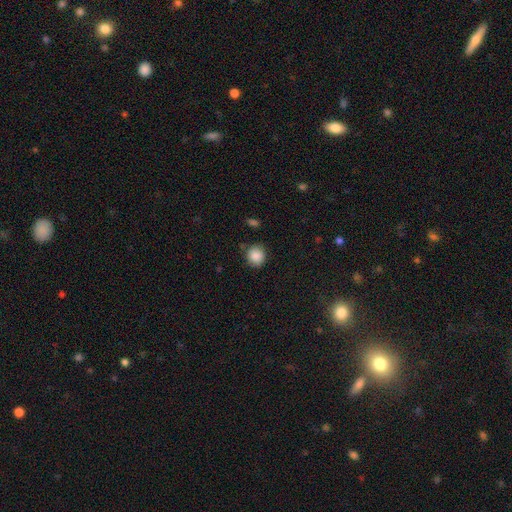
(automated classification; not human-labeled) Smooth or featured? Predicted: smooth (p=0.88). How rounded? Predicted: round (p=0.86). Merging? Predicted: none (p=0.83).